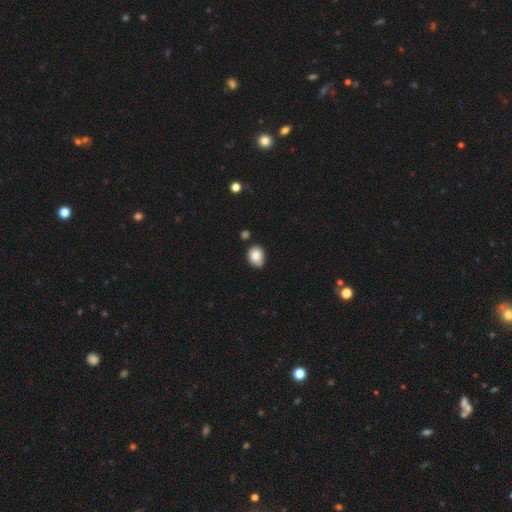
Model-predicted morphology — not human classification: smooth 85%, star or artifact 9%, featured or disk 7%. Down the decision tree: how rounded — in between (54%); merging — none (66%).